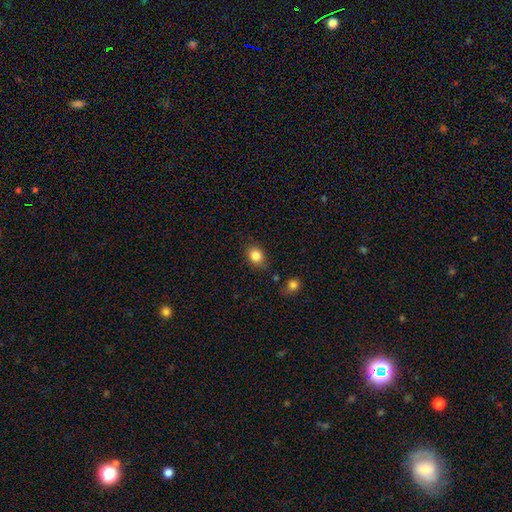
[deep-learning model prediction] Smooth or featured? smooth (84%)
How rounded? in between (51%)
Merging? none (81%)